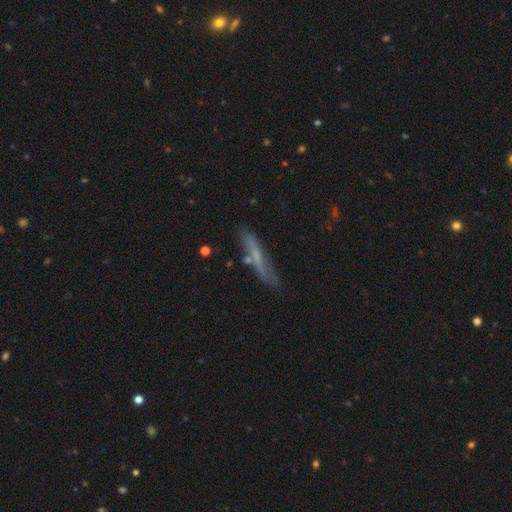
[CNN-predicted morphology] Smooth or featured: smooth — 48% (featured or disk — 44%)
Merging: none — 65% (minor disturbance — 22%)